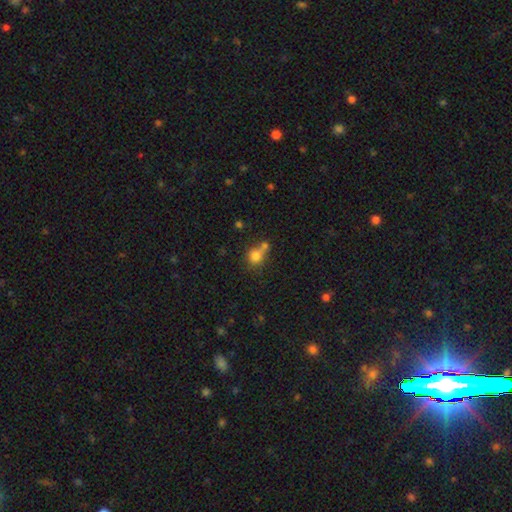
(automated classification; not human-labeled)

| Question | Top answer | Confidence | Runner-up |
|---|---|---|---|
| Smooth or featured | smooth | 77% | star or artifact (12%) |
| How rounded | round | 75% | in between (24%) |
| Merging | none | 41% | merger (39%) |